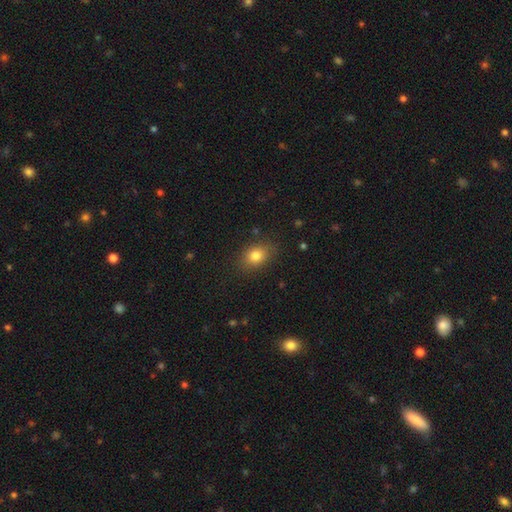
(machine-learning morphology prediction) Smooth or featured? smooth (81%)
How rounded? in between (64%)
Merging? none (83%)